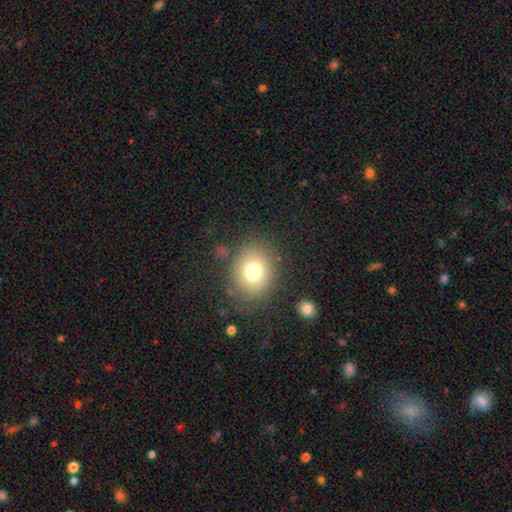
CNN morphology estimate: The model was most divided on "how rounded": round: 59%, in between: 40%, cigar-shaped: 1%. More confident: merging — none (82%); smooth or featured — smooth (75%).